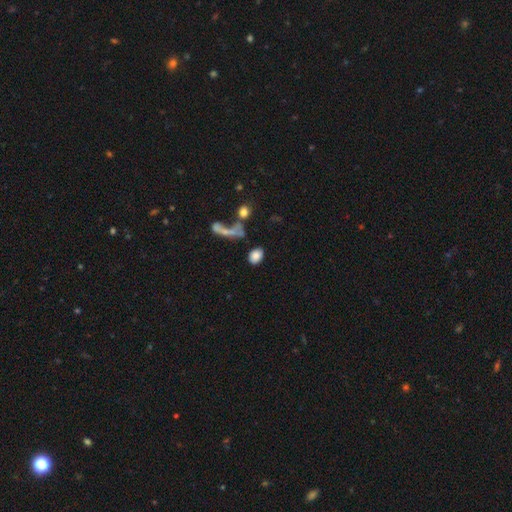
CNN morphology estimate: This appears to be a smooth galaxy with no disk features (81%) that is in between round and cigar-shaped (80%). Merging: none (66%).